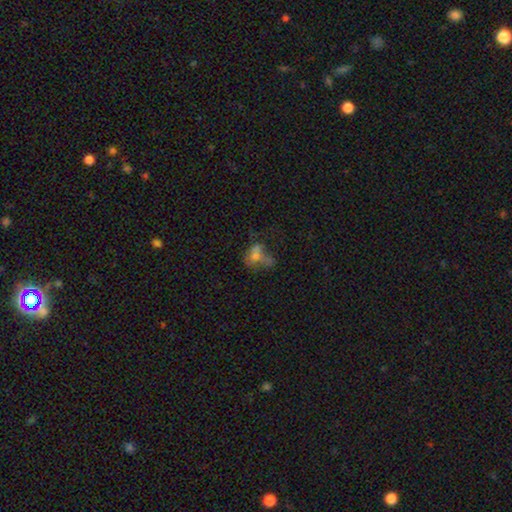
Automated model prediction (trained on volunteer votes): A smooth galaxy with no disk features (48%). Merging: major disturbance (35%).